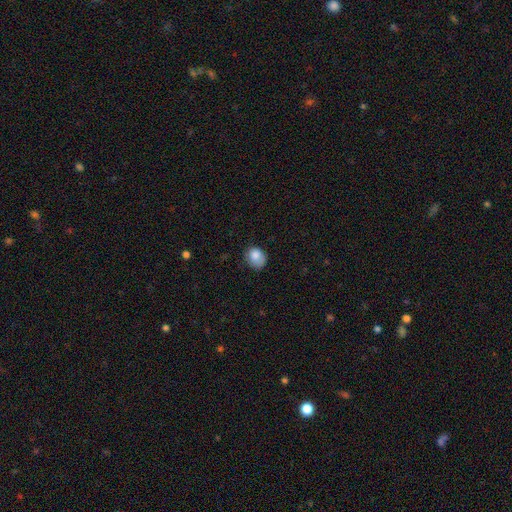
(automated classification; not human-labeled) Morphology: type=smooth (82%); roundness=round (63%); merging=none (54%).